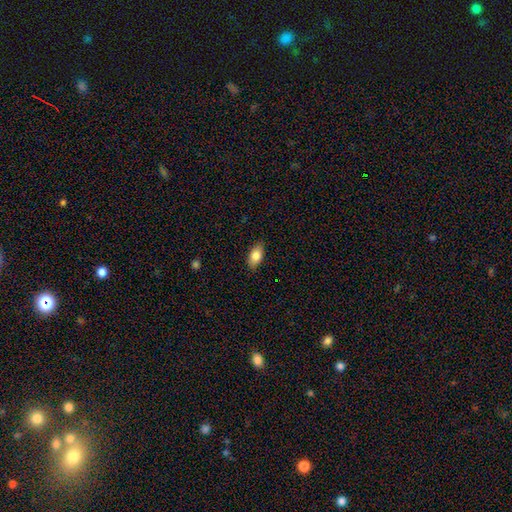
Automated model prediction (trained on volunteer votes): Smooth or featured: smooth — 83% (featured or disk — 10%)
How rounded: in between — 91% (round — 6%)
Merging: none — 87% (minor disturbance — 10%)